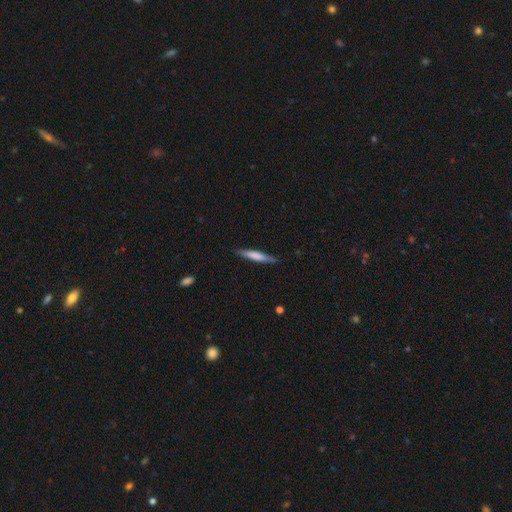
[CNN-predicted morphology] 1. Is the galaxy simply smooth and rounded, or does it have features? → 64% smooth, 30% featured or disk, 5% star or artifact.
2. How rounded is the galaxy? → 93% cigar-shaped, 6% in between, 1% round.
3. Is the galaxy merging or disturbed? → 87% none, 10% minor disturbance, 2% major disturbance, 1% merger.